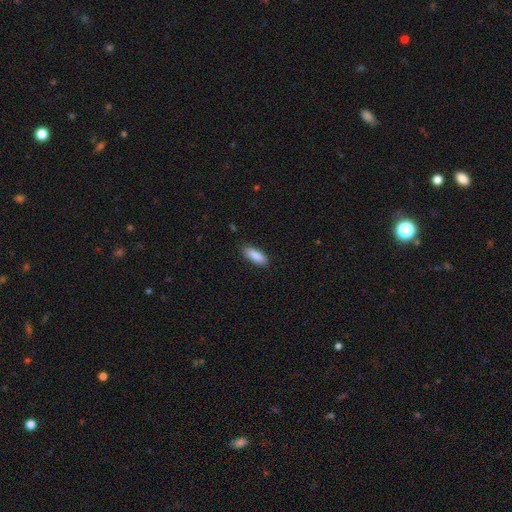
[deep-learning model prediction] Smooth or featured: smooth — 89% (star or artifact — 6%)
How rounded: in between — 64% (cigar-shaped — 34%)
Merging: none — 85% (minor disturbance — 11%)